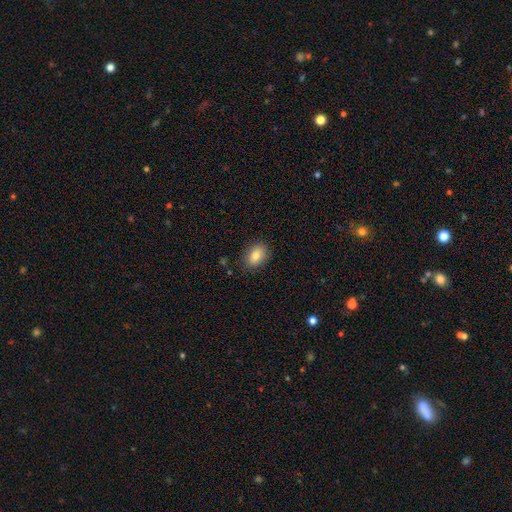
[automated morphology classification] smooth_or_featured: smooth (p=0.81) [alt: featured or disk p=0.10]
how_rounded: in between (p=0.73) [alt: round p=0.26]
merging: none (p=0.86) [alt: minor disturbance p=0.10]